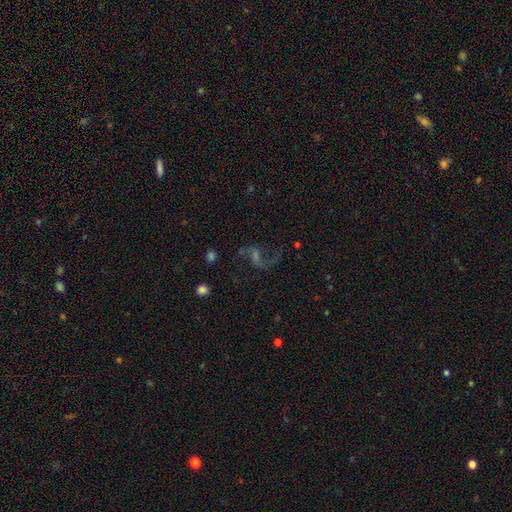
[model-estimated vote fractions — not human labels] Q: Smooth or featured?
A: featured or disk (78%); runner-up: star or artifact (14%)
Q: Edge-on disk?
A: no (97%); runner-up: yes (3%)
Q: Bar?
A: weak (47%); runner-up: no (36%)
Q: Spiral arms?
A: yes (94%); runner-up: no (6%)
Q: Spiral winding?
A: loose (78%); runner-up: medium (19%)
Q: Spiral arm count?
A: 2 (90%); runner-up: 1 (5%)
Q: Bulge size?
A: small (44%); runner-up: moderate (30%)
Q: Merging?
A: none (70%); runner-up: major disturbance (14%)